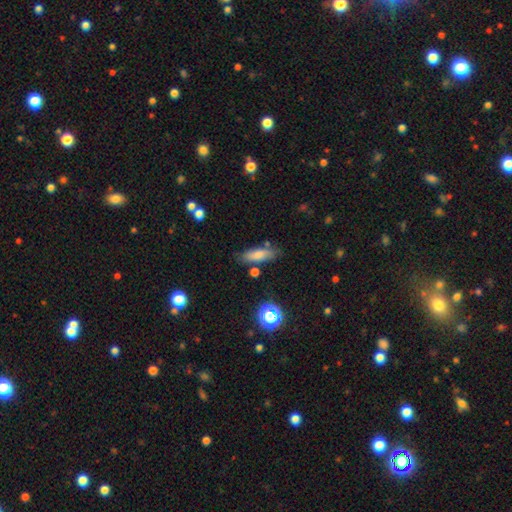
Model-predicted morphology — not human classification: The model was most divided on "how rounded": in between: 49%, cigar-shaped: 47%, round: 4%. More confident: merging — none (80%); smooth or featured — smooth (71%).